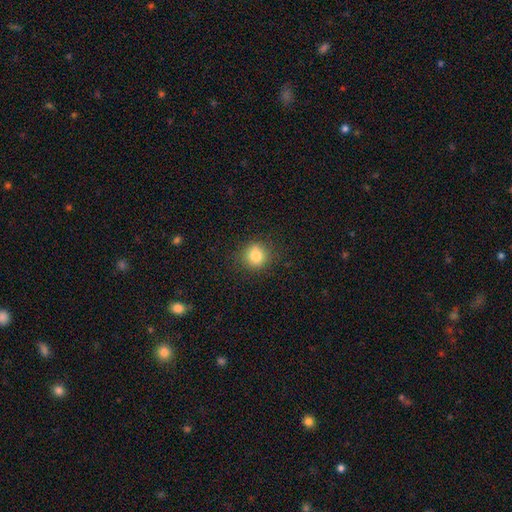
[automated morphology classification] smooth-or-featured: smooth: 83% | star or artifact: 11% | featured or disk: 6%
  how-rounded: round: 87% | in between: 12% | cigar-shaped: 1%
  merging: none: 88% | minor disturbance: 8% | major disturbance: 3% | merger: 1%